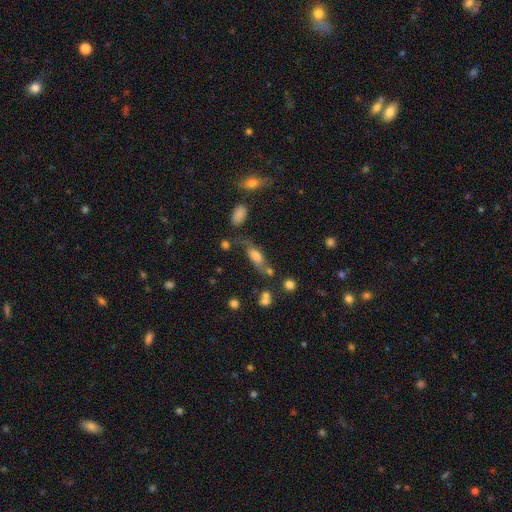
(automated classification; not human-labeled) Q: Smooth or featured?
A: smooth (56%); runner-up: featured or disk (32%)
Q: How rounded?
A: in between (65%); runner-up: cigar-shaped (29%)
Q: Merging?
A: none (50%); runner-up: minor disturbance (23%)